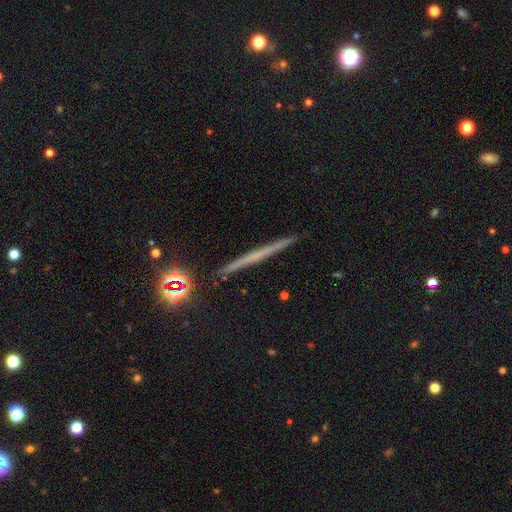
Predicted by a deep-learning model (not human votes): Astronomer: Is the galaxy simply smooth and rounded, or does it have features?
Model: featured or disk — 52% (runner-up: smooth, 35%).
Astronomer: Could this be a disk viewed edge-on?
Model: yes — 97%.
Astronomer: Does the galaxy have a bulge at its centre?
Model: none — 87%.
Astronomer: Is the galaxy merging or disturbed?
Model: none — 91%.